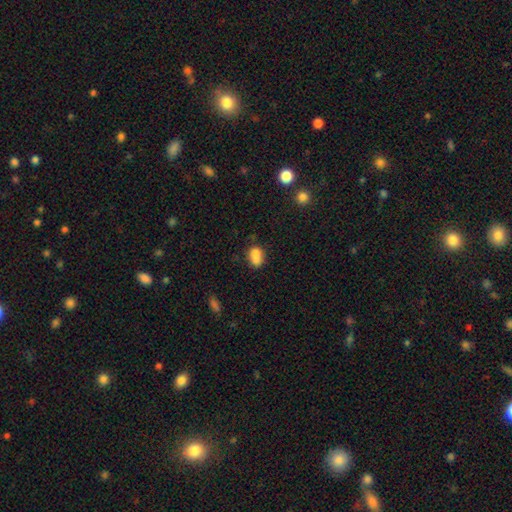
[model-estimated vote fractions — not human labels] smooth_or_featured: smooth (p=0.71) [alt: featured or disk p=0.18]
how_rounded: round (p=0.52) [alt: in between p=0.46]
merging: merger (p=0.60) [alt: none p=0.28]